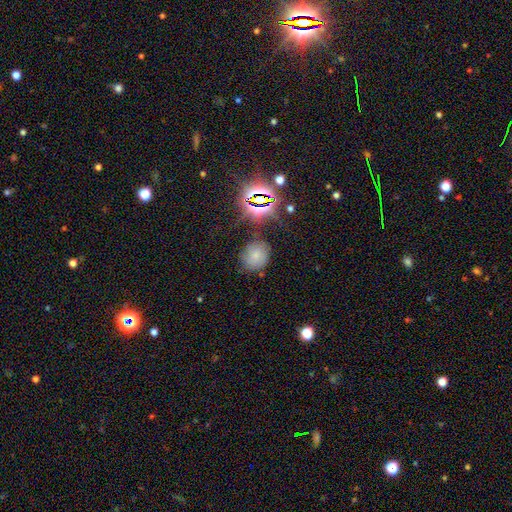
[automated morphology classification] This is likely a smooth galaxy (66%). How rounded: likely round (68%). Merging: likely none (74%).